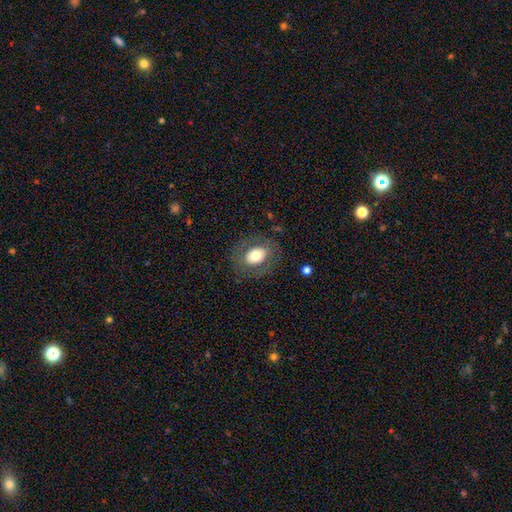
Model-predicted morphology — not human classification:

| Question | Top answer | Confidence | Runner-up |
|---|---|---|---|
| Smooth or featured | smooth | 63% | featured or disk (28%) |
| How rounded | in between | 62% | round (37%) |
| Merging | none | 79% | minor disturbance (12%) |